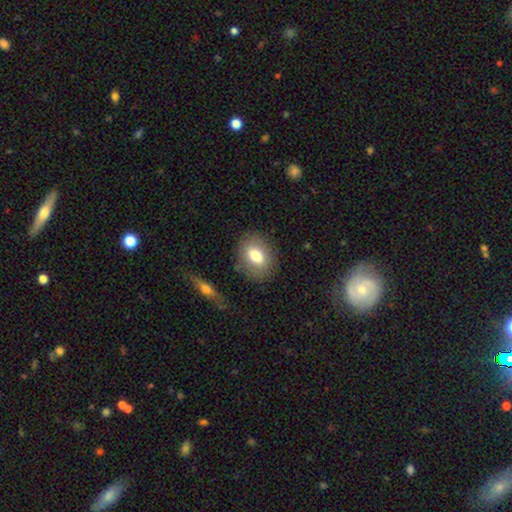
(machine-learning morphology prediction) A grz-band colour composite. It shows a smooth galaxy with no disk features (75%) that is in between round and cigar-shaped (64%). Merging: none (81%).